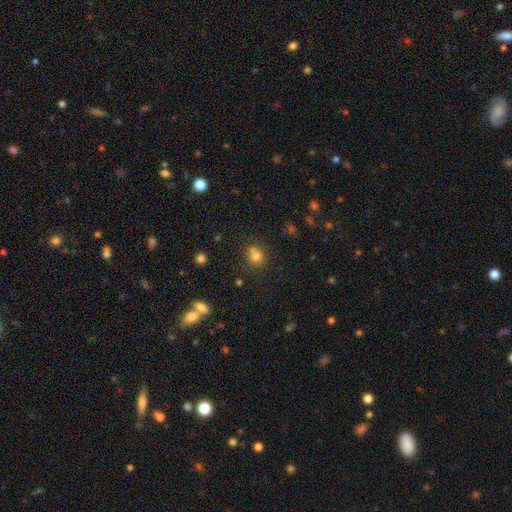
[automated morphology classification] The model was most divided on "merging": none: 49%, merger: 34%, minor disturbance: 12%, major disturbance: 4%. More confident: smooth or featured — smooth (75%); how rounded — round (72%).